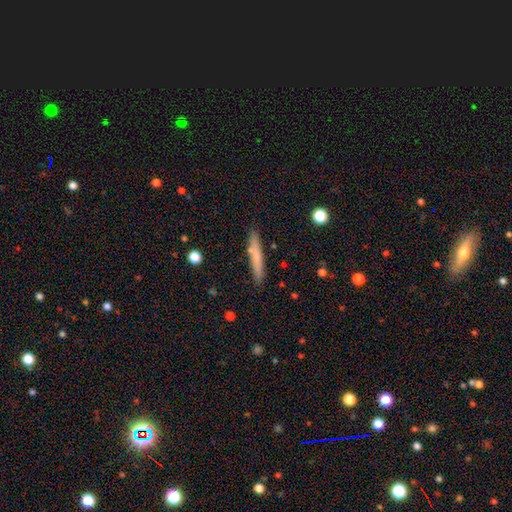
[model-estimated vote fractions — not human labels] Overall: smooth (69%). How rounded: cigar-shaped (94%). Merging: none (86%).